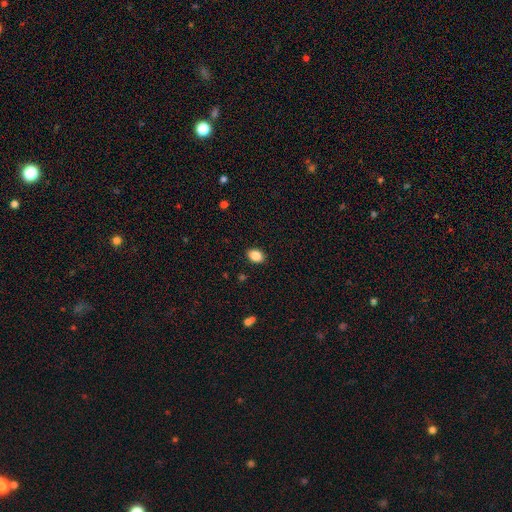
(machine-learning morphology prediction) Overall: smooth (87%). How rounded: in between (79%). Merging: none (89%).